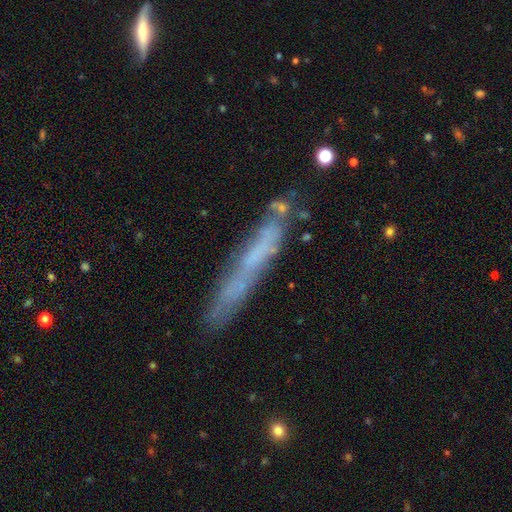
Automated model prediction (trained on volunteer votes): Smooth or featured? featured or disk (52%)
Edge-on disk? yes (76%)
Merging? none (72%)